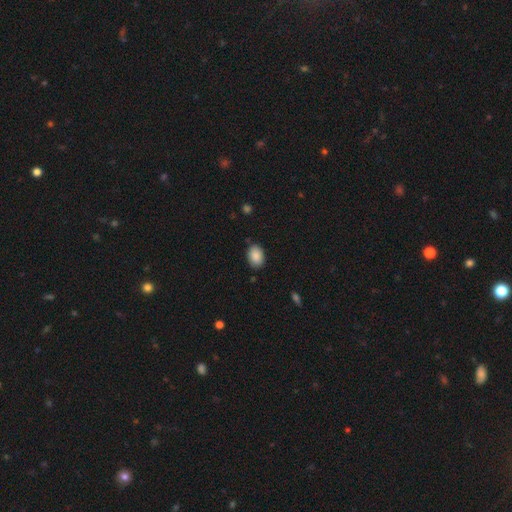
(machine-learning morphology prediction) Overall: smooth (89%). How rounded: in between (80%). Merging: none (84%).